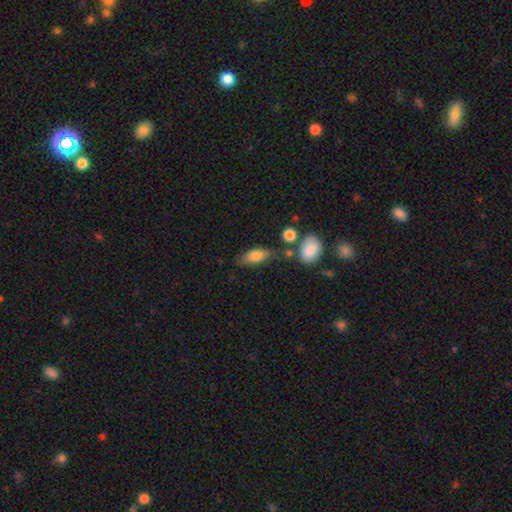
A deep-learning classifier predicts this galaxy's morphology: smooth 74%, featured or disk 18%, star or artifact 8%. Down the decision tree: how rounded — in between (79%); merging — none (66%).